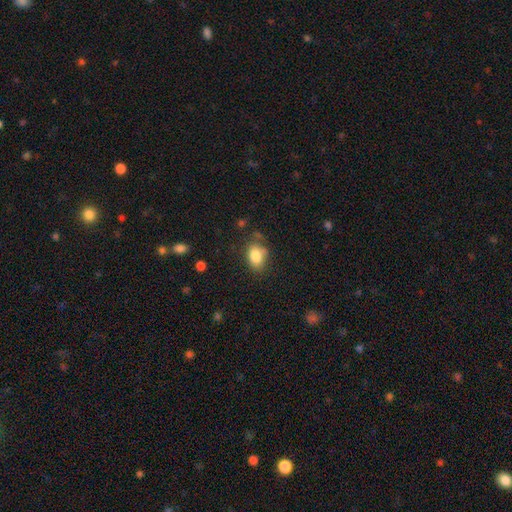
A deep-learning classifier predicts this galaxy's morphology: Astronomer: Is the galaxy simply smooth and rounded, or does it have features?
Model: smooth — 83%.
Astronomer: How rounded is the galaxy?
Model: in between — 80%.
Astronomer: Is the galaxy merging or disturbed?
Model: none — 68%.